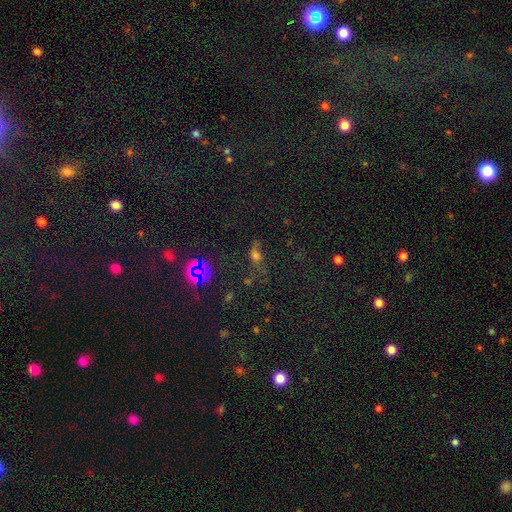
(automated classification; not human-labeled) Smooth or featured?
  - star or artifact: 45% *
  - smooth: 36%
  - featured or disk: 19%